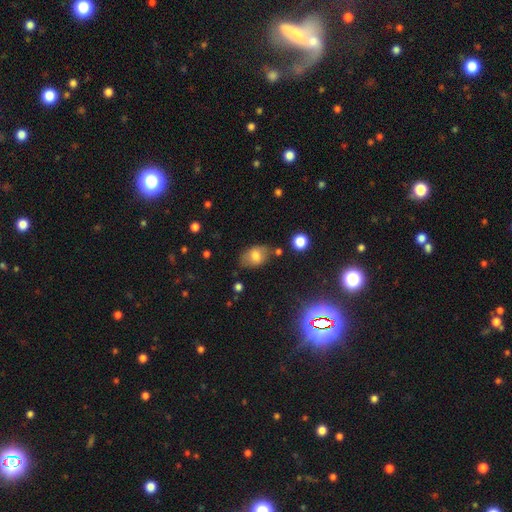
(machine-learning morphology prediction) type=smooth (72%); roundness=in between (83%); merging=none (73%).